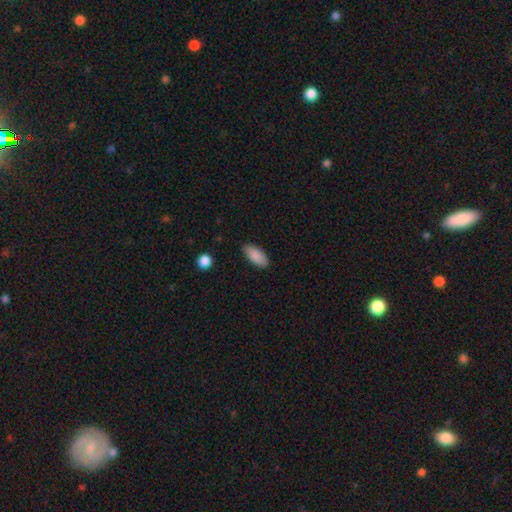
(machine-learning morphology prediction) Smooth or featured? Predicted: smooth (p=0.88). How rounded? Predicted: in between (p=0.89). Merging? Predicted: none (p=0.84).